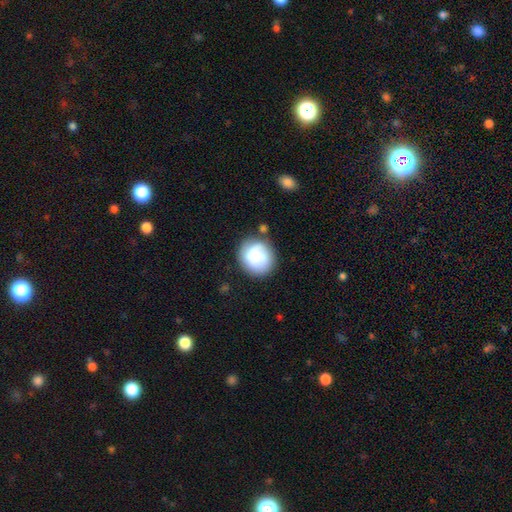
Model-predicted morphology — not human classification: Smooth or featured?
  - smooth: 74% *
  - featured or disk: 18%
  - star or artifact: 7%
How rounded?
  - round: 83% *
  - in between: 16%
  - cigar-shaped: 1%
Merging?
  - none: 70% *
  - minor disturbance: 18%
  - major disturbance: 6%
  - merger: 6%